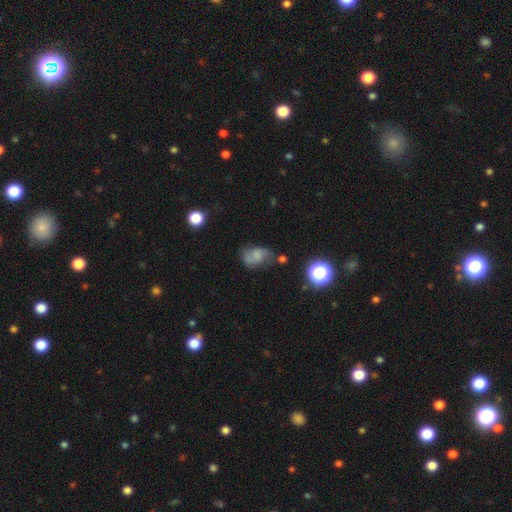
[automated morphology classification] Smooth or featured?
  - smooth: 51% *
  - featured or disk: 34%
  - star or artifact: 15%
How rounded?
  - in between: 72% *
  - round: 26%
  - cigar-shaped: 2%
Merging?
  - none: 42% *
  - minor disturbance: 31%
  - major disturbance: 19%
  - merger: 8%